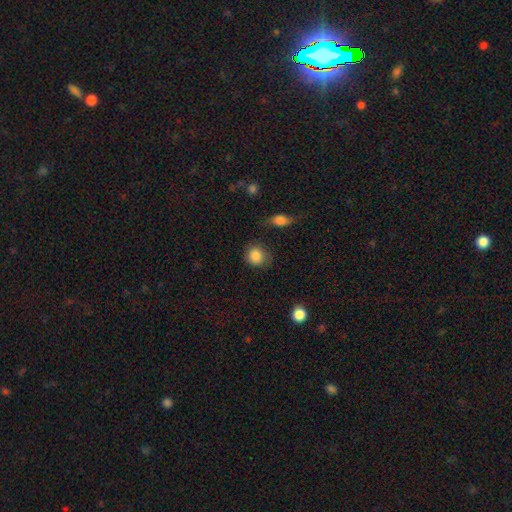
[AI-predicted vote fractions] Smooth or featured: smooth — 86% (star or artifact — 9%)
How rounded: round — 82% (in between — 17%)
Merging: none — 73% (minor disturbance — 18%)